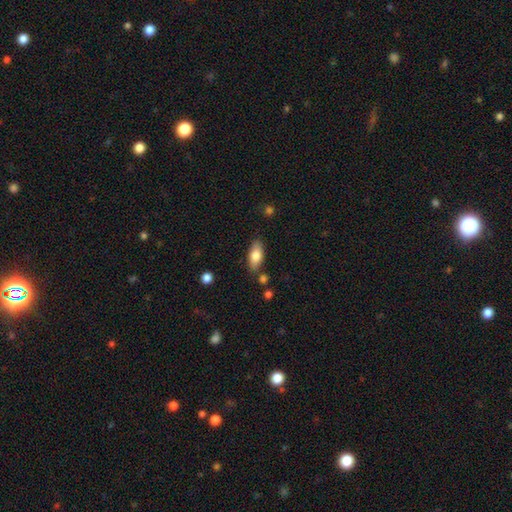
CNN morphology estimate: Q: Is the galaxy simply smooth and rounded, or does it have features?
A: smooth — 78%.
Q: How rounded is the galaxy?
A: in between — 86%.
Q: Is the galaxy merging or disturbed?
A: none — 79%.